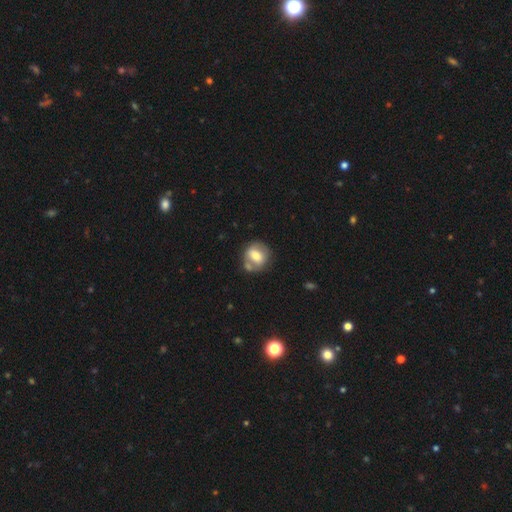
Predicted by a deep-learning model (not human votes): smooth 59%, featured or disk 34%, star or artifact 7%. Down the decision tree: how rounded — round (70%); merging — none (57%).